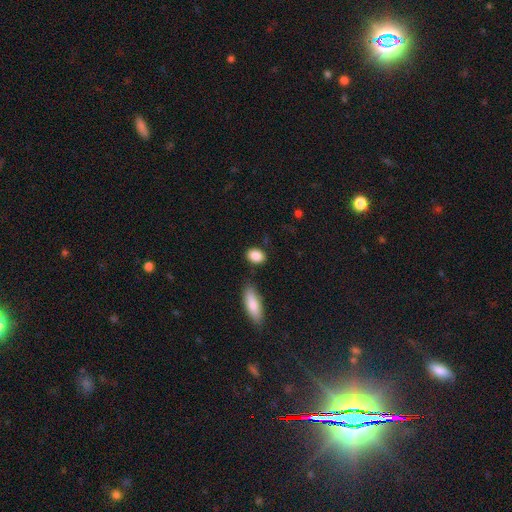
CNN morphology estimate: Overall: smooth (88%). How rounded: in between (72%). Merging: none (80%).